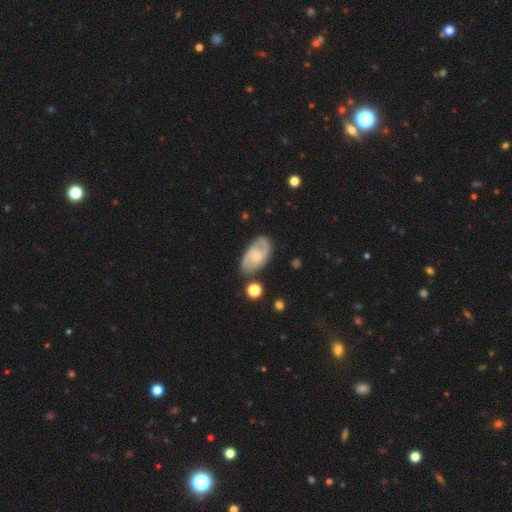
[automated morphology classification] featured or disk 81%, smooth 14%, star or artifact 5%. Down the decision tree: edge-on disk — no (97%); bar — no (60%); spiral arms — yes (94%); spiral arm count — 2 (83%); spiral winding — medium (49%); bulge size — small (71%); merging — none (76%).